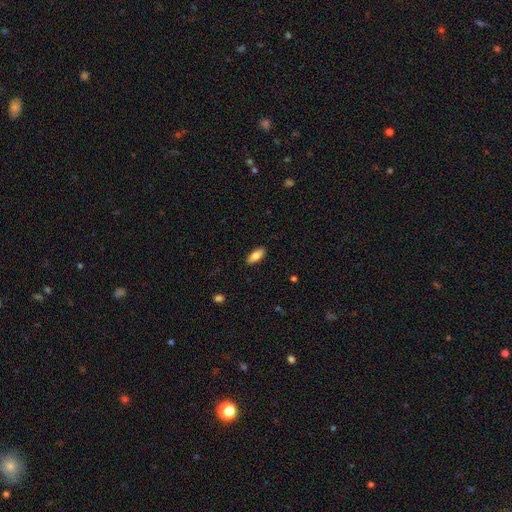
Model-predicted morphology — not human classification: Smooth or featured?
  - smooth: 83% *
  - featured or disk: 11%
  - star or artifact: 6%
How rounded?
  - in between: 83% *
  - cigar-shaped: 15%
  - round: 2%
Merging?
  - none: 89% *
  - minor disturbance: 8%
  - major disturbance: 2%
  - merger: 1%